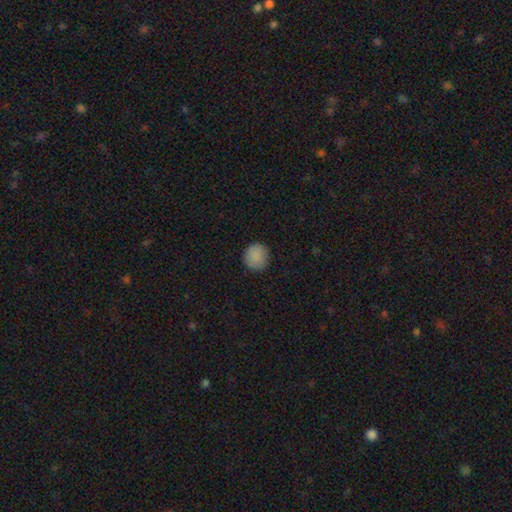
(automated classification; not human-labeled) smooth-or-featured: smooth: 88% | star or artifact: 9% | featured or disk: 4%
  how-rounded: round: 90% | in between: 9% | cigar-shaped: 1%
  merging: none: 88% | minor disturbance: 9% | major disturbance: 2% | merger: 1%